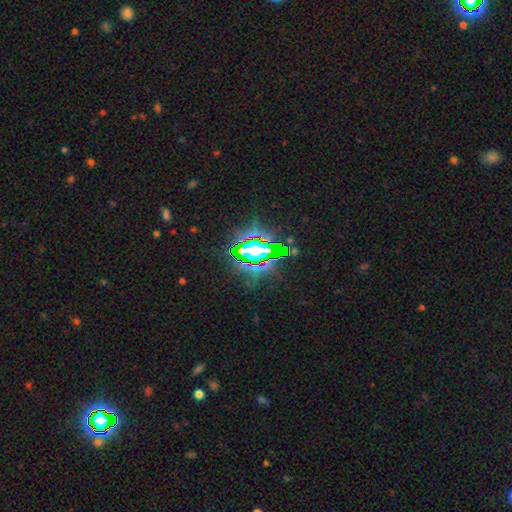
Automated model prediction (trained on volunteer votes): This appears to be a star or artifact, not a galaxy (83%).